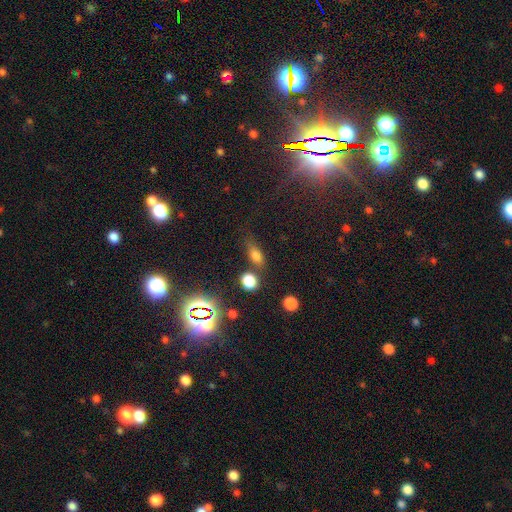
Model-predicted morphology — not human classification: A smooth galaxy with no disk features (71%) that is in between round and cigar-shaped (68%). Merging: none (64%).